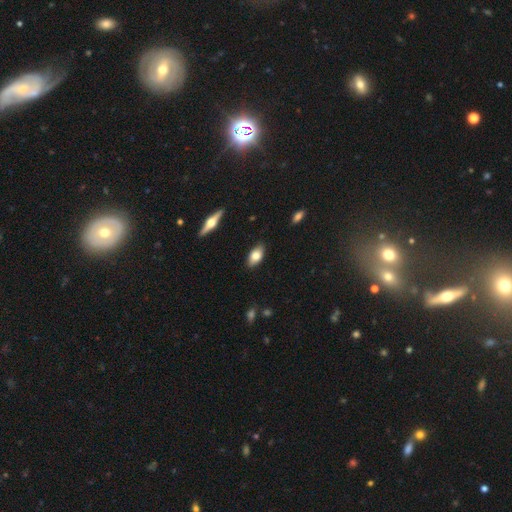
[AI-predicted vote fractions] This is likely a smooth galaxy (74%). How rounded: clearly in between (89%). Merging: clearly none (87%).